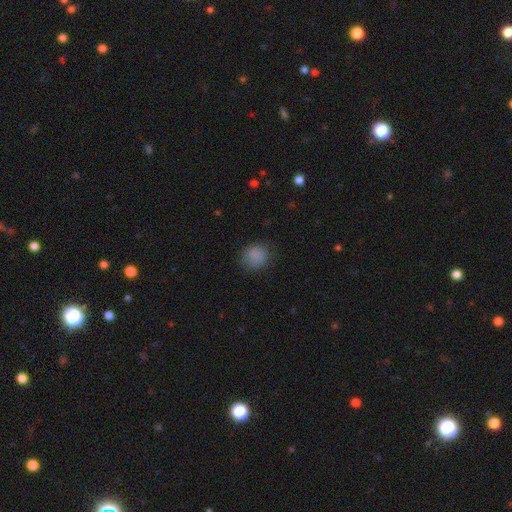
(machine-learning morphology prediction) This appears to be a smooth galaxy with no disk features (85%) that is round (76%). Merging: none (78%).